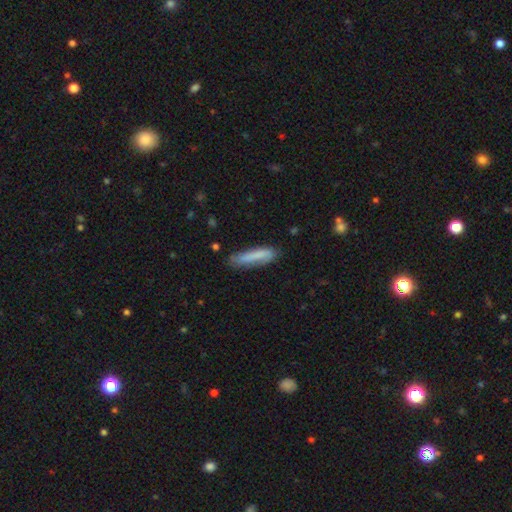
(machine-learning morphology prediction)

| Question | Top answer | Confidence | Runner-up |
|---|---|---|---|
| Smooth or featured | smooth | 77% | featured or disk (16%) |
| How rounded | cigar-shaped | 84% | in between (15%) |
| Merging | none | 71% | minor disturbance (21%) |